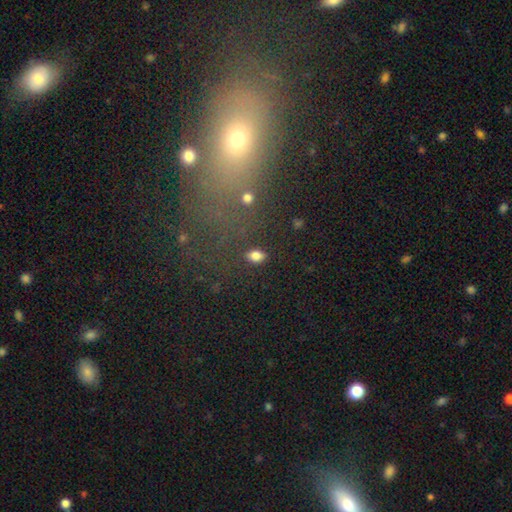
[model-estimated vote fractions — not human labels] Smooth or featured: smooth — 81% (star or artifact — 12%)
How rounded: in between — 84% (round — 14%)
Merging: none — 85% (minor disturbance — 9%)